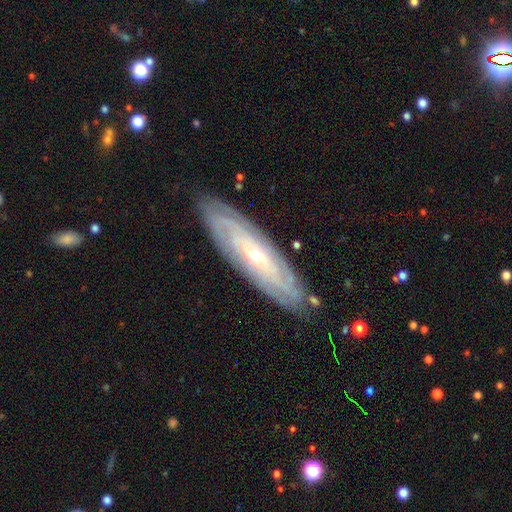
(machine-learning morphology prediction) This is clearly a featured or disk galaxy (84%). It is likely not viewed edge-on (78%). Bar: likely no (65%). Spiral arm pattern: clearly yes (94%). Spiral arm count: possibly can't tell (46%). Spiral winding: clearly tight (82%). Central bulge: likely small (65%). Merging: clearly none (86%).